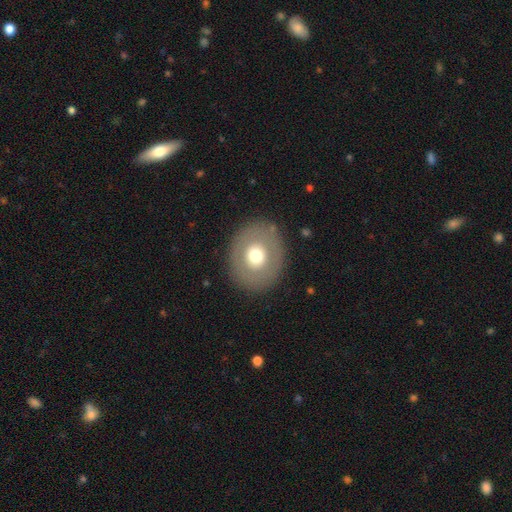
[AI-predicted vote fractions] smooth 60%, featured or disk 32%, star or artifact 8%. Down the decision tree: how rounded — round (61%); merging — none (86%).